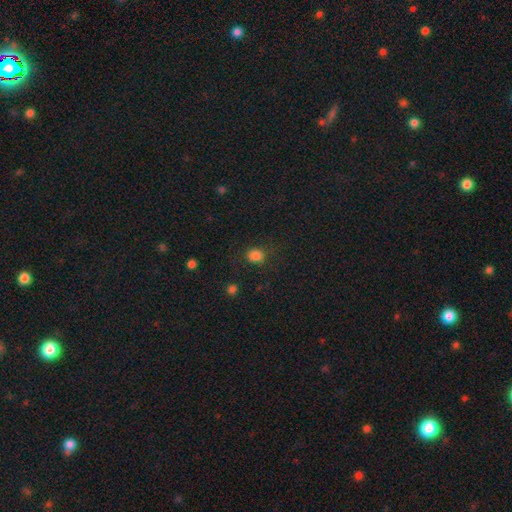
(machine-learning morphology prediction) This is likely a smooth galaxy (80%). How rounded: likely round (68%). Merging: likely none (77%).